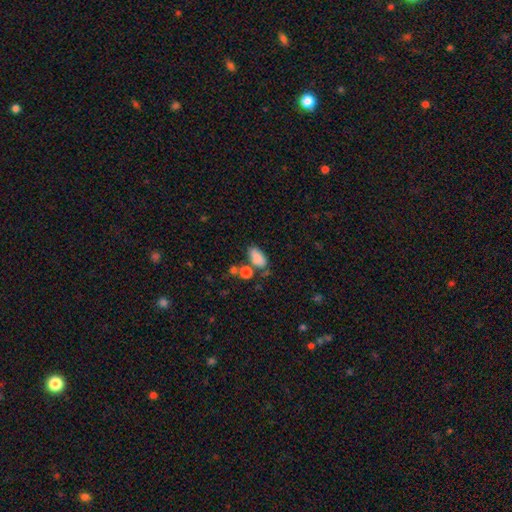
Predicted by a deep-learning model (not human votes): A smooth galaxy with no disk features (83%) that is in between round and cigar-shaped (90%). Merging: none (54%).